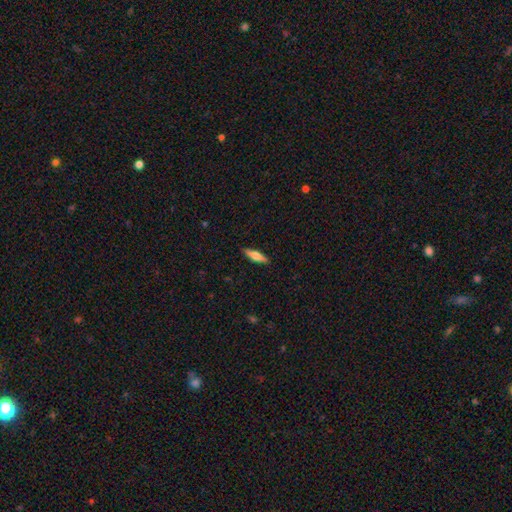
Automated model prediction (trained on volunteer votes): Overall: smooth (58%; featured or disk 36%). How rounded: cigar-shaped (66%; in between 32%). Merging: none (90%).